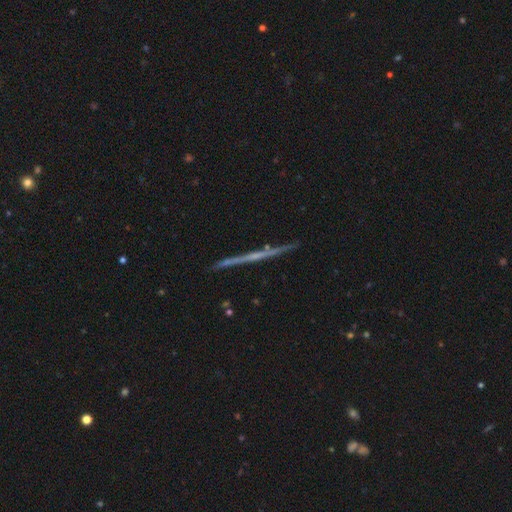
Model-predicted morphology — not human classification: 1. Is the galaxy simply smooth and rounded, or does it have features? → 72% featured or disk, 21% smooth, 8% star or artifact.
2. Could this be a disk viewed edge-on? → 97% yes, 3% no.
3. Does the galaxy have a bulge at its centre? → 77% none, 17% rounded, 6% boxy.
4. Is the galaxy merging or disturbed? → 88% none, 8% minor disturbance, 2% major disturbance, 2% merger.